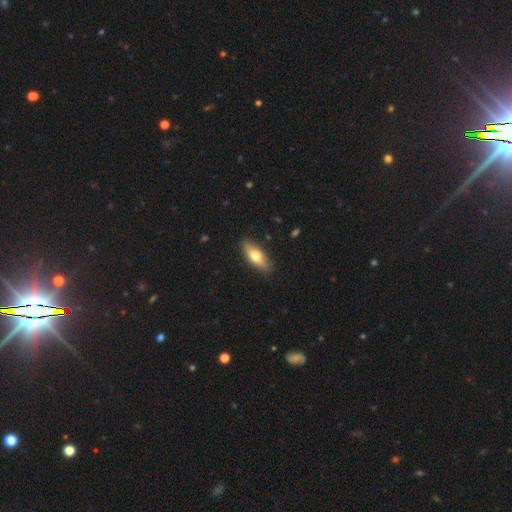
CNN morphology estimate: type=smooth (63%); roundness=in between (65%); merging=none (87%).